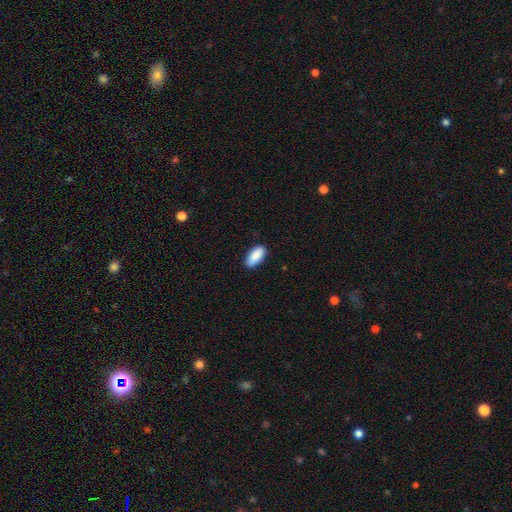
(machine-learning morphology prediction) Smooth or featured?
  - smooth: 90% *
  - star or artifact: 6%
  - featured or disk: 4%
How rounded?
  - in between: 90% *
  - cigar-shaped: 8%
  - round: 2%
Merging?
  - none: 87% *
  - minor disturbance: 10%
  - major disturbance: 2%
  - merger: 1%